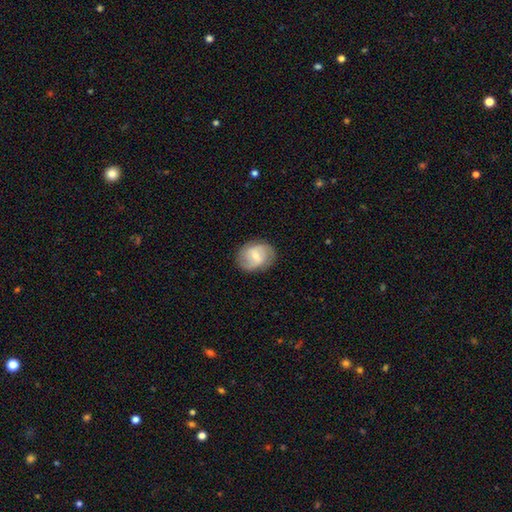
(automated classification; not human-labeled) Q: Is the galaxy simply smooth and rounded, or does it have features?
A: featured or disk — 59%.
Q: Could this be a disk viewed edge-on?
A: no — 97%.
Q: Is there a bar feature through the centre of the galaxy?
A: weak — 56%.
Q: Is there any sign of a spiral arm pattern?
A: yes — 84%.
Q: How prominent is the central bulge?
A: small — 57%.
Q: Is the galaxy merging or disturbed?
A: none — 81%.